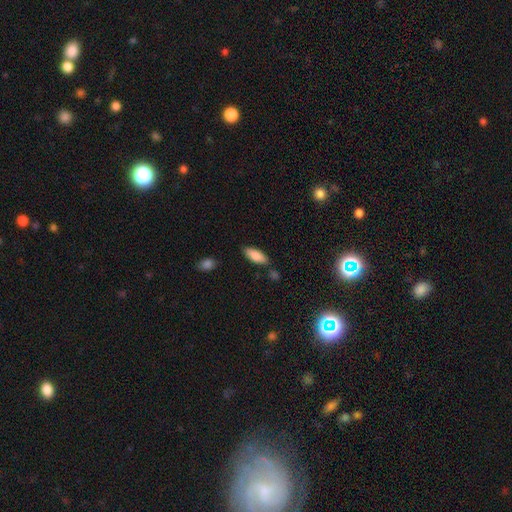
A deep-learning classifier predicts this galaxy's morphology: type=smooth (84%); roundness=in between (80%); merging=none (78%).